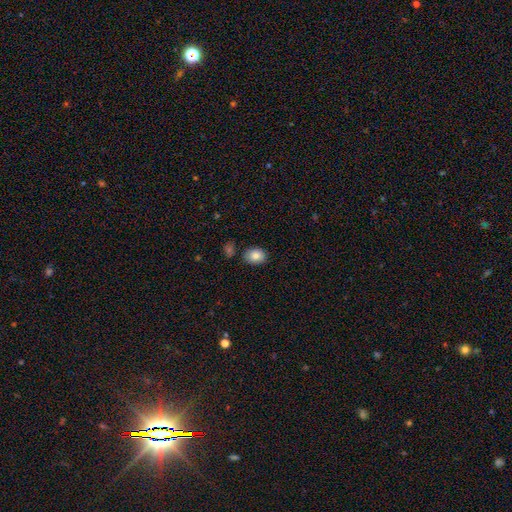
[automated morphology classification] Q: Smooth or featured?
A: smooth (84%); runner-up: star or artifact (8%)
Q: How rounded?
A: in between (58%); runner-up: round (41%)
Q: Merging?
A: none (81%); runner-up: minor disturbance (12%)